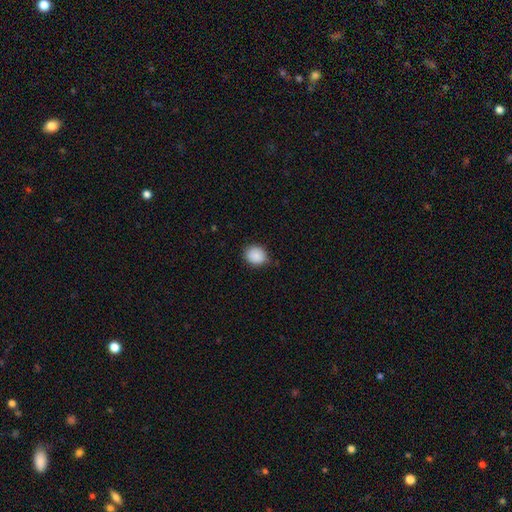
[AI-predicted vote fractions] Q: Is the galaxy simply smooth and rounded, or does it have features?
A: smooth — 89%.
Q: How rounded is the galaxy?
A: round — 68%.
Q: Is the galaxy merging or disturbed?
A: none — 82%.